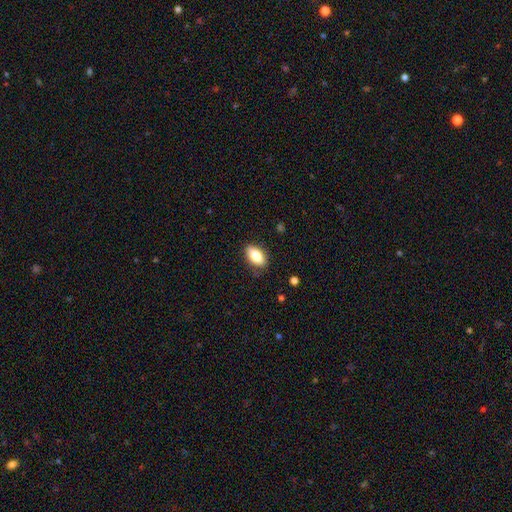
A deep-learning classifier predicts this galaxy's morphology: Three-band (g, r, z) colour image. It shows a smooth galaxy with no disk features (81%) that is in between round and cigar-shaped (90%). Merging: none (84%).